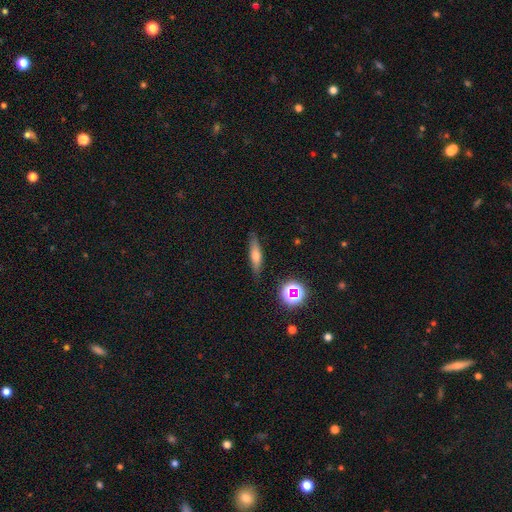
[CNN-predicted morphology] This appears to be a smooth galaxy with no disk features (57%) that is cigar-shaped (70%). Merging: none (86%).